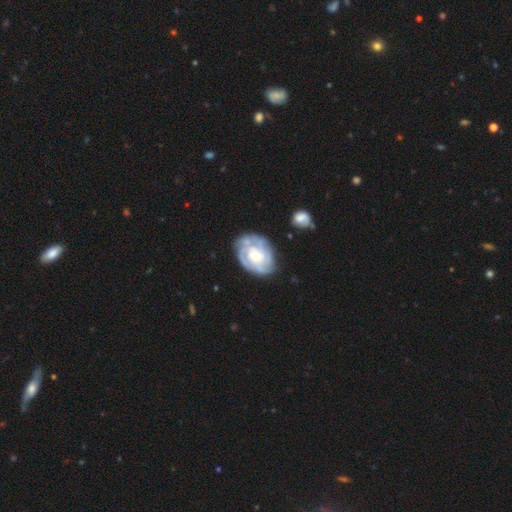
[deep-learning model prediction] Q: Smooth or featured?
A: featured or disk (78%); runner-up: smooth (17%)
Q: Edge-on disk?
A: no (97%); runner-up: yes (3%)
Q: Bar?
A: no (71%); runner-up: weak (24%)
Q: Spiral arms?
A: yes (87%); runner-up: no (13%)
Q: Spiral winding?
A: tight (68%); runner-up: medium (24%)
Q: Spiral arm count?
A: can't tell (43%); runner-up: 2 (22%)
Q: Bulge size?
A: moderate (48%); runner-up: small (32%)
Q: Merging?
A: none (65%); runner-up: minor disturbance (22%)